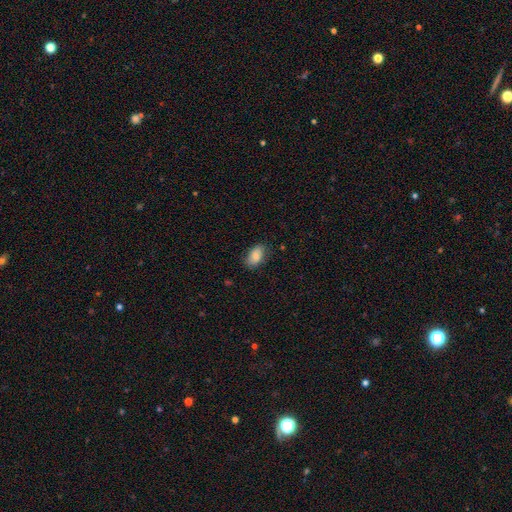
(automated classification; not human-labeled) A smooth galaxy with no disk features (80%) that is in between round and cigar-shaped (91%).

Vote fractions:
- Smooth or featured? smooth: 80% / featured or disk: 12% / star or artifact: 8%
- How rounded? in between: 91% / round: 7% / cigar-shaped: 2%
- Merging? none: 78% / minor disturbance: 17% / major disturbance: 3% / merger: 1%